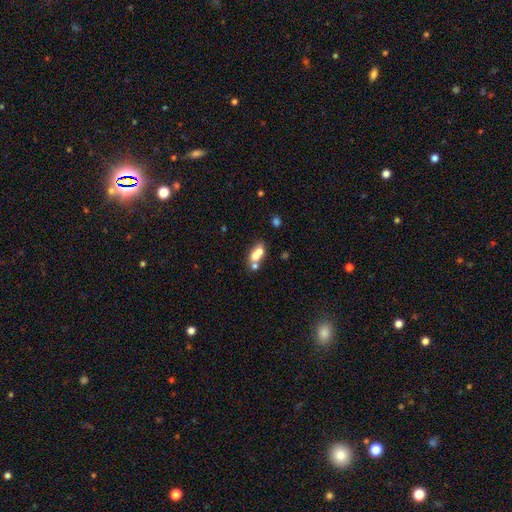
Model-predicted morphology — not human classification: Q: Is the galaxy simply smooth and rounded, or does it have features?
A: smooth — 61%.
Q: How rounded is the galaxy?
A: in between — 57%.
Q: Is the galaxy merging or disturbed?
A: merger — 59%.